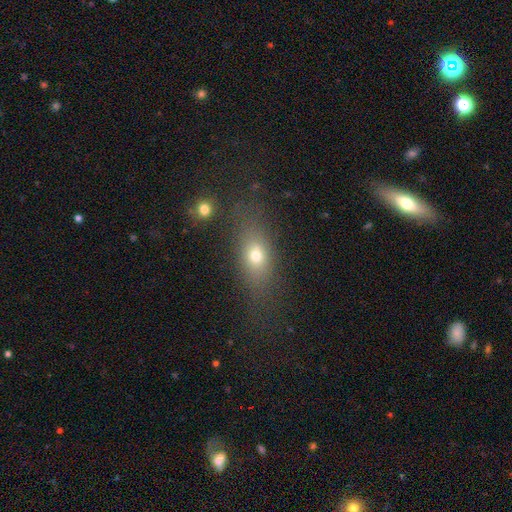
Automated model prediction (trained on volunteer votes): smooth 67%, featured or disk 18%, star or artifact 15%. Down the decision tree: how rounded — in between (65%); merging — none (68%).